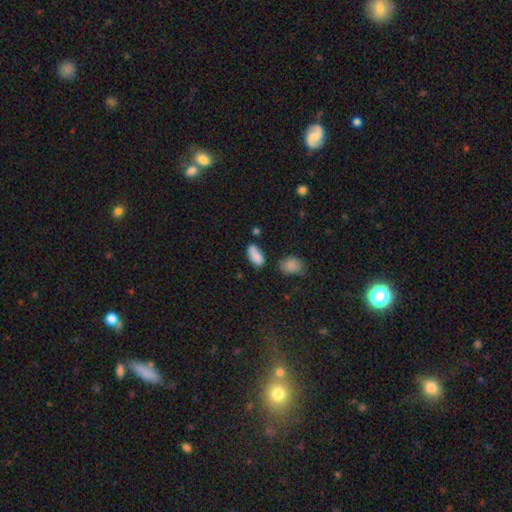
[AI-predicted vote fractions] Morphology: type=smooth (82%); roundness=in between (88%); merging=none (52%).